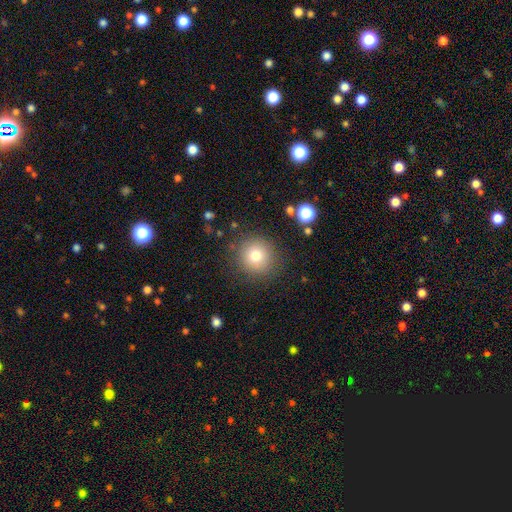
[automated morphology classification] smooth-or-featured: smooth: 76% | star or artifact: 13% | featured or disk: 11%
  how-rounded: round: 93% | in between: 6% | cigar-shaped: 1%
  merging: none: 86% | minor disturbance: 9% | major disturbance: 4% | merger: 2%